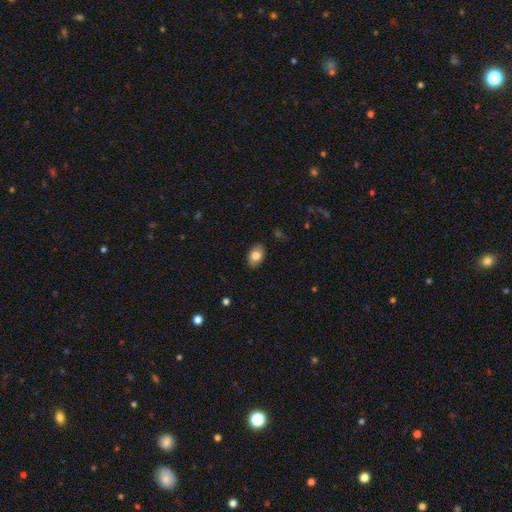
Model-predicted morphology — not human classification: Smooth or featured? Predicted: smooth (p=0.78). How rounded? Predicted: in between (p=0.88). Merging? Predicted: none (p=0.84).